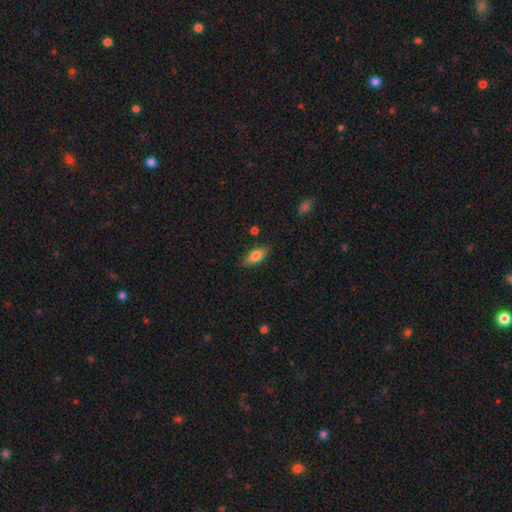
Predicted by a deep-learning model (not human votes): Smooth or featured? Predicted: smooth (p=0.78). How rounded? Predicted: in between (p=0.78). Merging? Predicted: none (p=0.84).